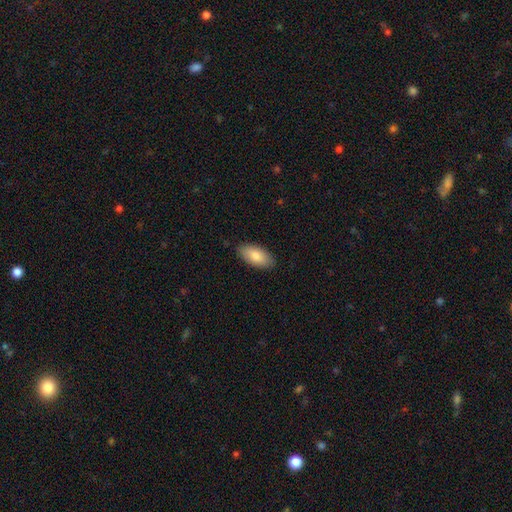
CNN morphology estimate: Smooth or featured? Predicted: smooth (p=0.83). How rounded? Predicted: in between (p=0.92). Merging? Predicted: none (p=0.87).